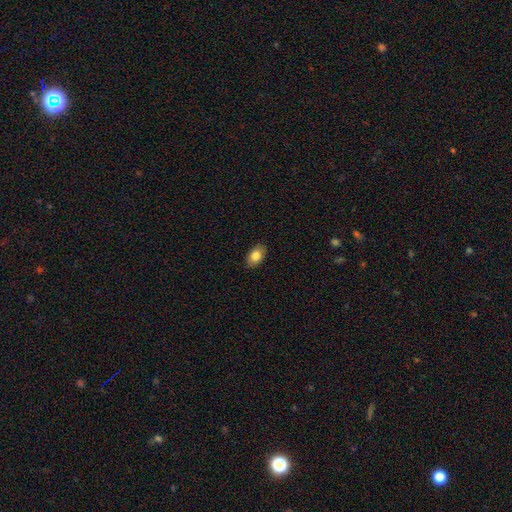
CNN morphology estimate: This appears to be a smooth galaxy with no disk features (83%) that is in between round and cigar-shaped (87%). Merging: none (89%).